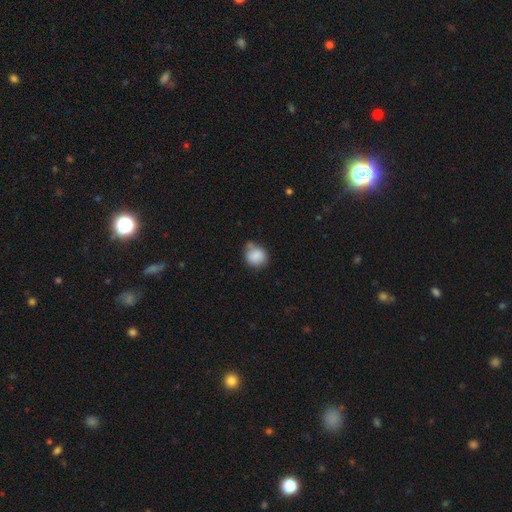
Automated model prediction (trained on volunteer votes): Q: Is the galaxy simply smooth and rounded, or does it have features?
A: smooth — 84%.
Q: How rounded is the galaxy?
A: round — 80%.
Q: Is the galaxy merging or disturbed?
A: none — 51%.